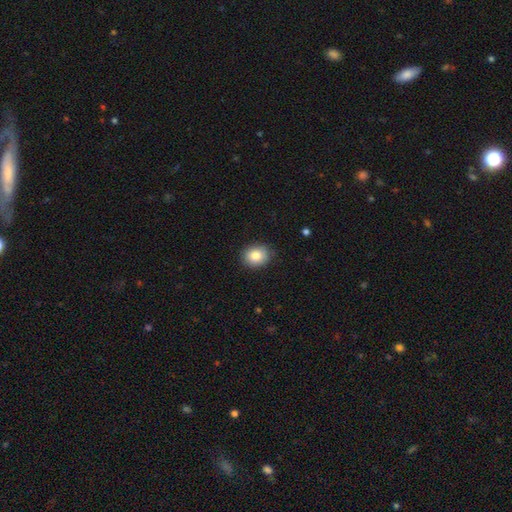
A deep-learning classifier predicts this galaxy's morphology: Q: Smooth or featured?
A: smooth (84%); runner-up: star or artifact (9%)
Q: How rounded?
A: round (65%); runner-up: in between (34%)
Q: Merging?
A: none (87%); runner-up: minor disturbance (10%)